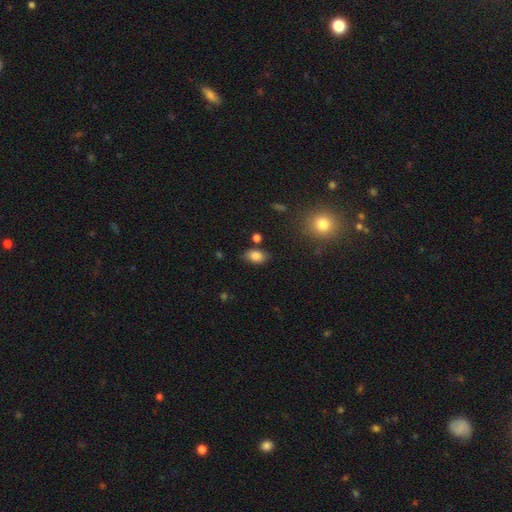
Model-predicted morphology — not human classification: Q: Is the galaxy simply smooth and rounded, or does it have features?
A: smooth — 84%.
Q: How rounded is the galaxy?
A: in between — 85%.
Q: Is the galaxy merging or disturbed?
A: none — 74%.